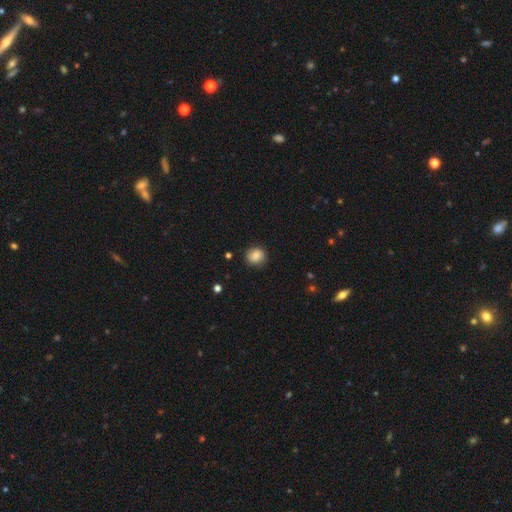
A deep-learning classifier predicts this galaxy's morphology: Smooth or featured? smooth (85%)
How rounded? round (79%)
Merging? none (85%)